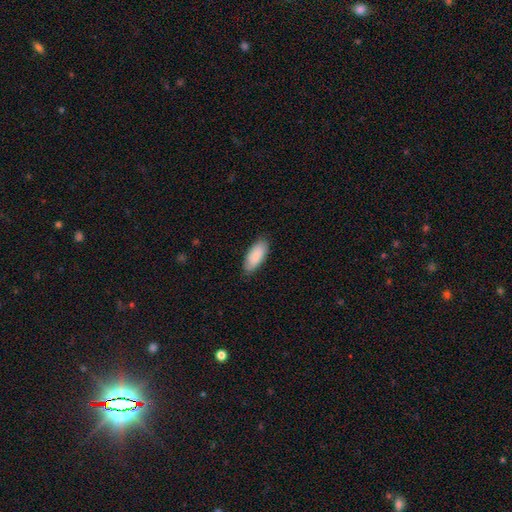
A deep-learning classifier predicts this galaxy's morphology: smooth-or-featured: smooth: 83% | featured or disk: 11% | star or artifact: 6%
  how-rounded: in between: 86% | cigar-shaped: 12% | round: 2%
  merging: none: 84% | minor disturbance: 13% | major disturbance: 2% | merger: 1%